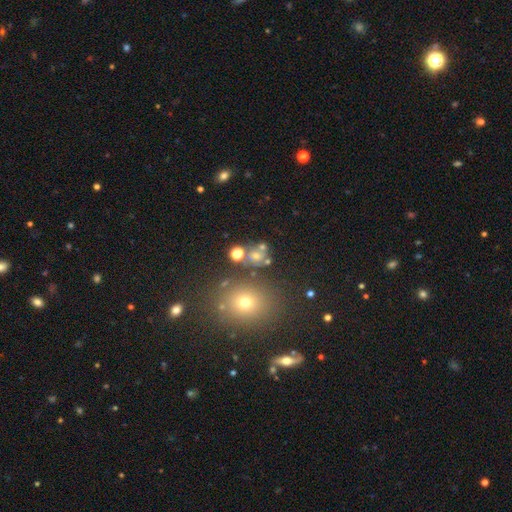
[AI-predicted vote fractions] This is possibly a smooth galaxy (58%). How rounded: likely round (73%). Merging: possibly none (59%).